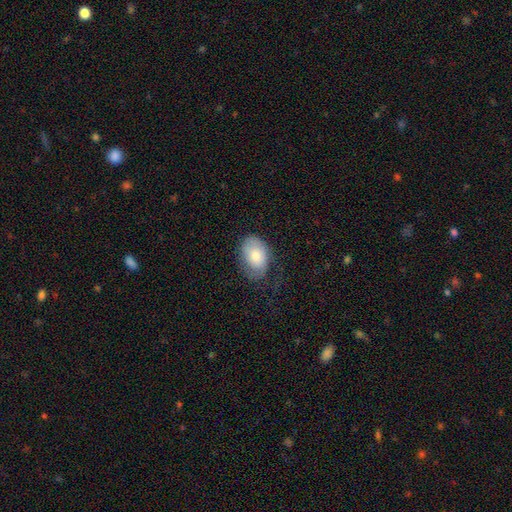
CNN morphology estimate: This appears to be a smooth galaxy with no disk features (74%) that is in between round and cigar-shaped (88%). Merging: none (50%).